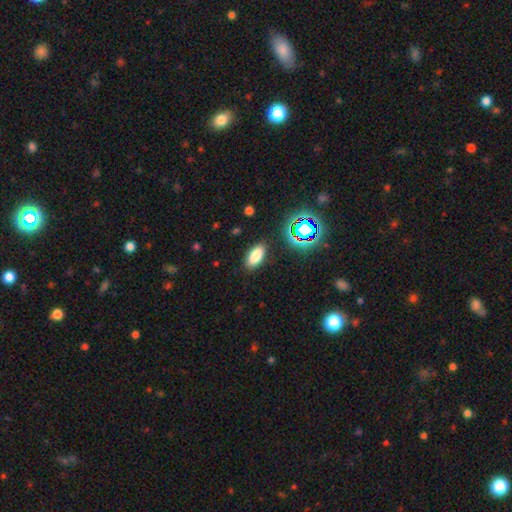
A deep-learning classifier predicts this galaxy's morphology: This is likely a smooth galaxy (78%). How rounded: clearly in between (89%). Merging: clearly none (87%).